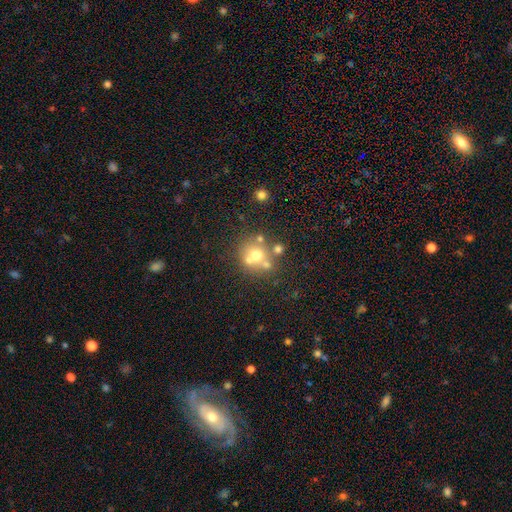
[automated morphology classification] Q: Smooth or featured?
A: smooth (57%); runner-up: featured or disk (27%)
Q: How rounded?
A: round (86%); runner-up: in between (13%)
Q: Merging?
A: none (51%); runner-up: merger (34%)